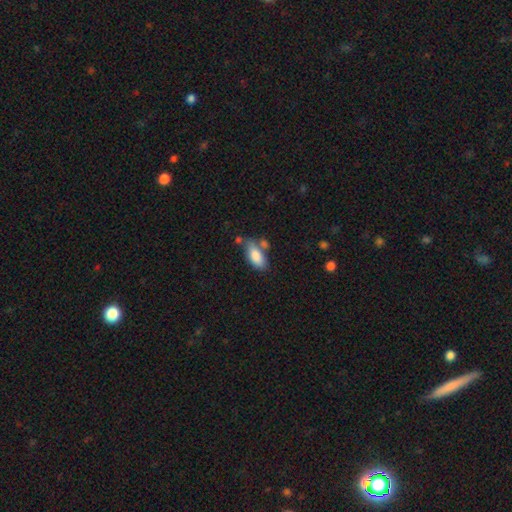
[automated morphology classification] A smooth galaxy with no disk features (83%) that is in between round and cigar-shaped (86%).

Vote fractions:
- Smooth or featured? smooth: 83% / featured or disk: 10% / star or artifact: 7%
- How rounded? in between: 86% / cigar-shaped: 11% / round: 3%
- Merging? none: 57% / minor disturbance: 19% / merger: 18% / major disturbance: 6%